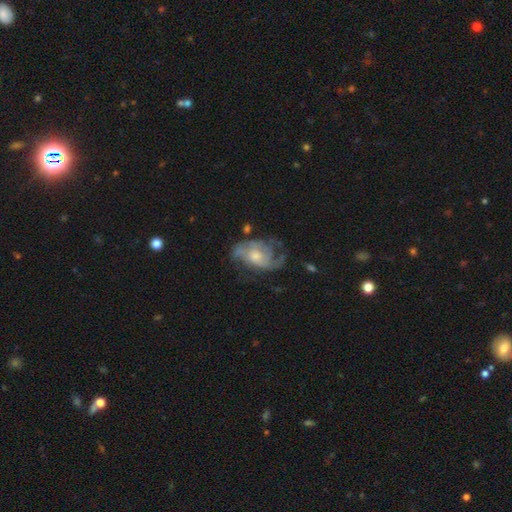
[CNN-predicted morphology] Smooth or featured? Predicted: featured or disk (p=0.78). Edge-on disk? Predicted: no (p=0.97). Bar? Predicted: no (p=0.70). Spiral arms? Predicted: yes (p=0.88). Spiral winding? Predicted: medium (p=0.43). Spiral arm count? Predicted: 2 (p=0.42). Bulge size? Predicted: moderate (p=0.56). Merging? Predicted: none (p=0.50).